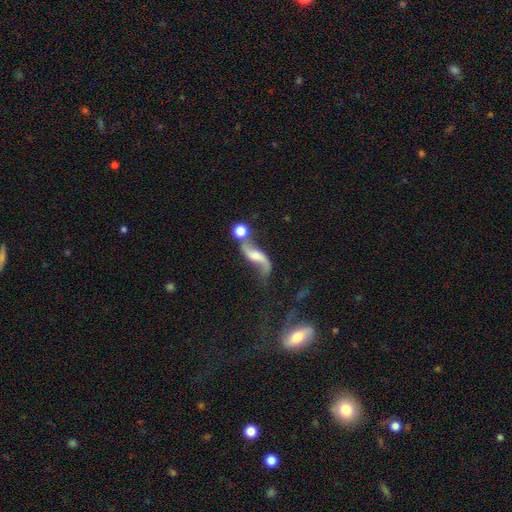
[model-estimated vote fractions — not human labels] Smooth or featured?
  - featured or disk: 75% *
  - smooth: 17%
  - star or artifact: 8%
Edge-on disk?
  - no: 90% *
  - yes: 10%
Bar?
  - no: 48% *
  - weak: 36%
  - strong: 16%
Spiral arms?
  - yes: 91% *
  - no: 9%
Spiral winding?
  - loose: 90% *
  - medium: 7%
  - tight: 2%
Spiral arm count?
  - 2: 90% *
  - 1: 5%
  - can't tell: 2%
  - 3: 1%
  - 4: 1%
  - more than 4: 1%
Bulge size?
  - moderate: 32% *
  - small: 27%
  - none: 24%
  - large: 13%
  - dominant: 3%
Merging?
  - none: 44% *
  - merger: 28%
  - minor disturbance: 16%
  - major disturbance: 13%